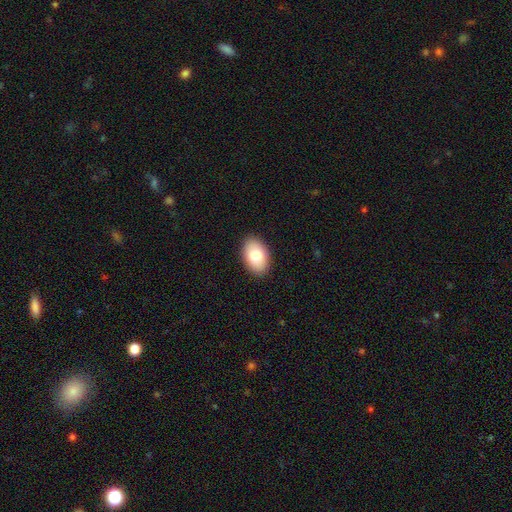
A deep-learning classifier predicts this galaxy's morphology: Smooth or featured: smooth — 81% (featured or disk — 12%)
How rounded: in between — 90% (round — 9%)
Merging: none — 90% (minor disturbance — 7%)